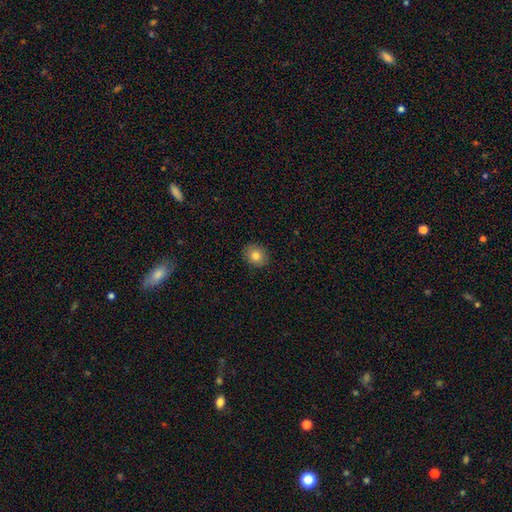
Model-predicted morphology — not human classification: Smooth or featured: smooth — 82% (star or artifact — 10%)
How rounded: round — 75% (in between — 24%)
Merging: none — 90% (minor disturbance — 7%)